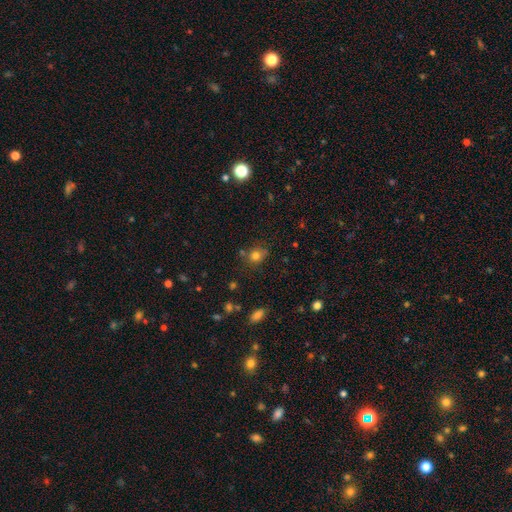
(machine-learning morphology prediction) smooth-or-featured: smooth: 76% | star or artifact: 15% | featured or disk: 9%
  how-rounded: round: 67% | in between: 32% | cigar-shaped: 1%
  merging: none: 68% | minor disturbance: 18% | merger: 8% | major disturbance: 5%